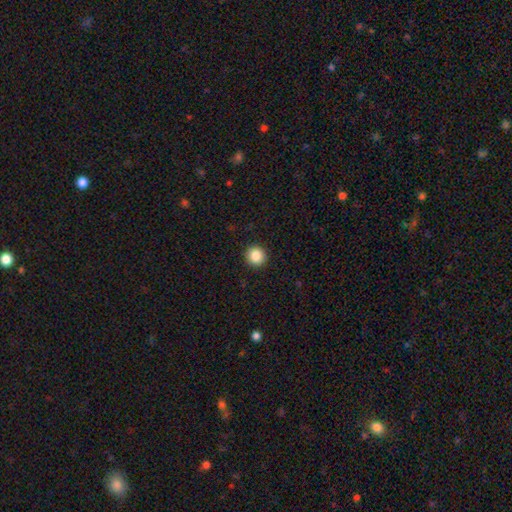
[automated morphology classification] Overall: smooth (86%). How rounded: round (92%). Merging: none (92%).